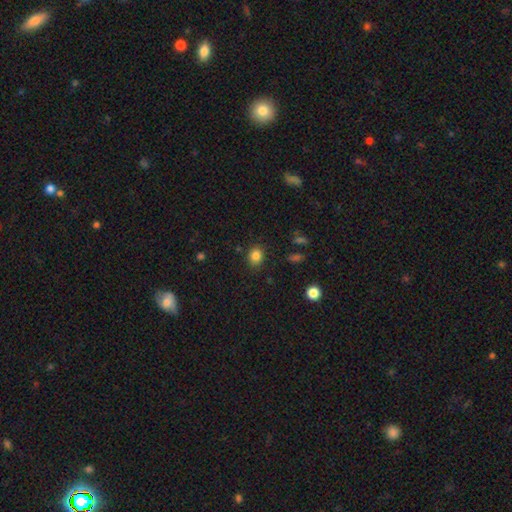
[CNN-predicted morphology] A smooth galaxy with no disk features (83%) that is round (64%).

Vote fractions:
- Smooth or featured? smooth: 83% / star or artifact: 12% / featured or disk: 5%
- How rounded? round: 64% / in between: 35% / cigar-shaped: 1%
- Merging? none: 86% / minor disturbance: 10% / major disturbance: 3% / merger: 2%